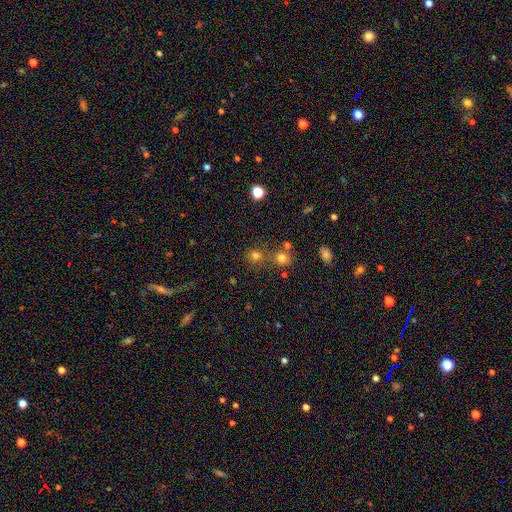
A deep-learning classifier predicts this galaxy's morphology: smooth_or_featured: smooth (p=0.71) [alt: star or artifact p=0.21]
how_rounded: round (p=0.86) [alt: in between p=0.13]
merging: none (p=0.62) [alt: merger p=0.25]